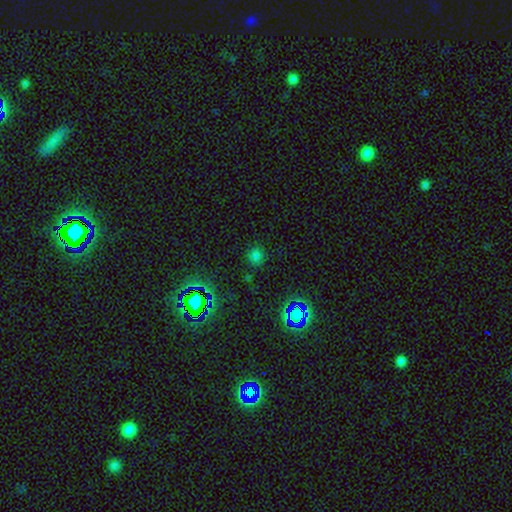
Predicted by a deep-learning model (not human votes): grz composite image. It shows a smooth galaxy with no disk features (65%) that is round (84%). Merging: none (86%).